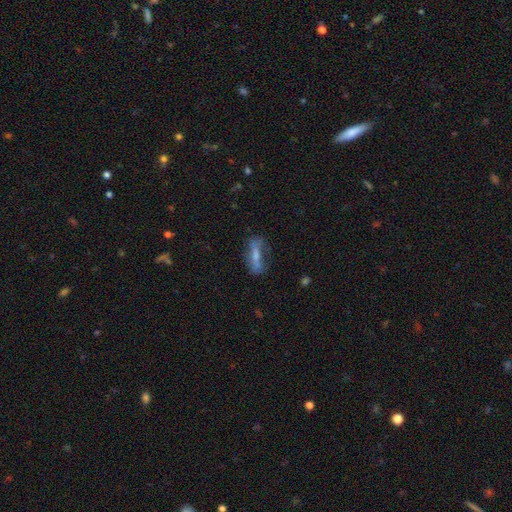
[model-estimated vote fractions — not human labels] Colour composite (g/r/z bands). It shows a smooth galaxy with no disk features (48%). Merging: none (62%).